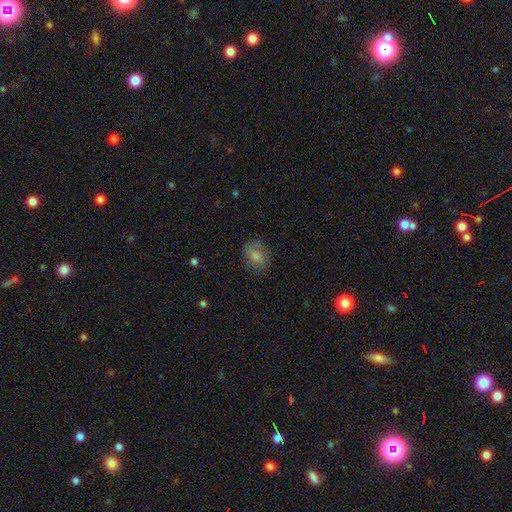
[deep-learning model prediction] A smooth galaxy with no disk features (80%) that is in between round and cigar-shaped (51%).

Vote fractions:
- Smooth or featured? smooth: 80% / featured or disk: 11% / star or artifact: 9%
- How rounded? in between: 51% / round: 48% / cigar-shaped: 1%
- Merging? none: 74% / minor disturbance: 18% / major disturbance: 7% / merger: 1%